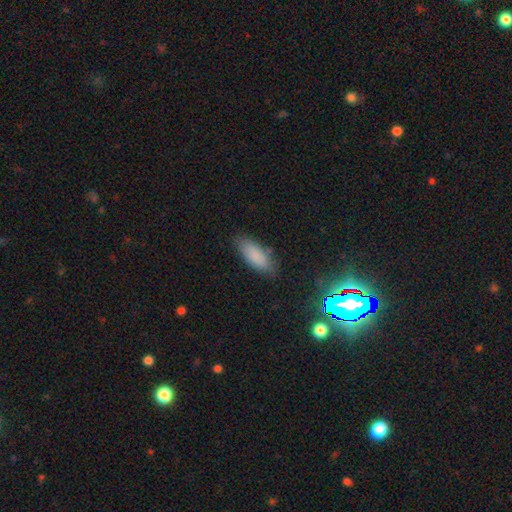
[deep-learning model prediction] smooth-or-featured: smooth: 84% | star or artifact: 9% | featured or disk: 7%
  how-rounded: in between: 74% | cigar-shaped: 24% | round: 2%
  merging: none: 80% | minor disturbance: 15% | major disturbance: 3% | merger: 2%